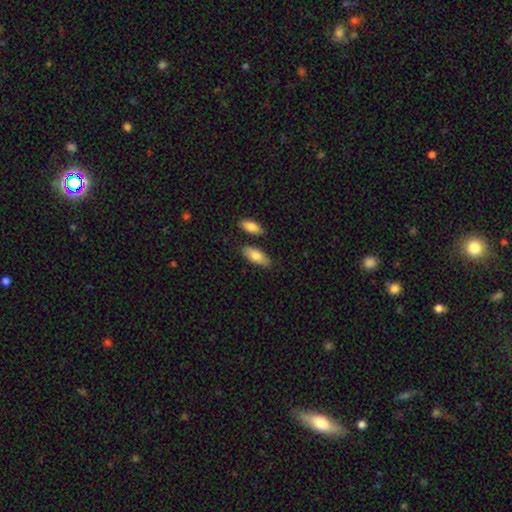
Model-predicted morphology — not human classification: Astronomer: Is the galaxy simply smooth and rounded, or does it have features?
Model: smooth — 78%.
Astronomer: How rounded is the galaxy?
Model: in between — 84%.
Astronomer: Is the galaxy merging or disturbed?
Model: none — 78%.